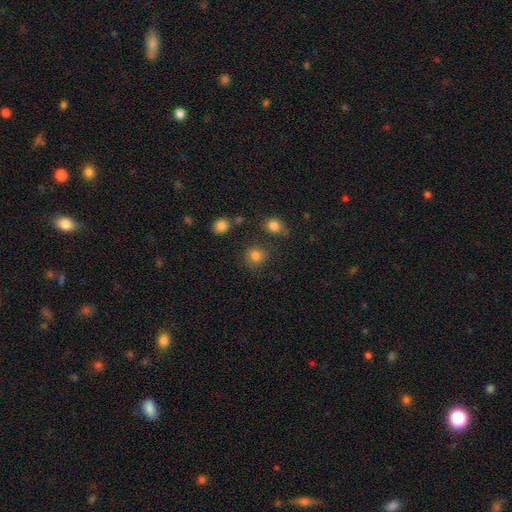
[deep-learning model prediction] Q: Smooth or featured?
A: smooth (82%); runner-up: star or artifact (12%)
Q: How rounded?
A: round (86%); runner-up: in between (13%)
Q: Merging?
A: none (76%); runner-up: minor disturbance (14%)